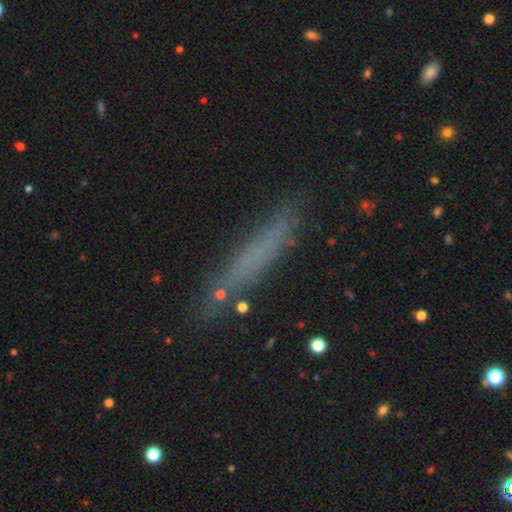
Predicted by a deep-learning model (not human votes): A smooth galaxy with no disk features (59%) that is cigar-shaped (90%). Merging: none (77%).